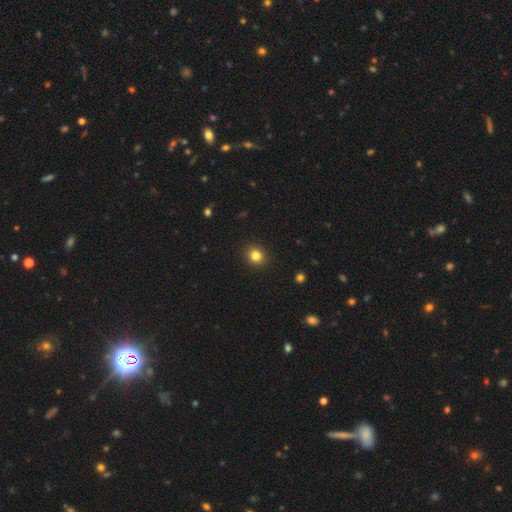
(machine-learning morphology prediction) Smooth or featured: smooth — 83% (star or artifact — 12%)
How rounded: round — 84% (in between — 15%)
Merging: none — 92% (minor disturbance — 6%)